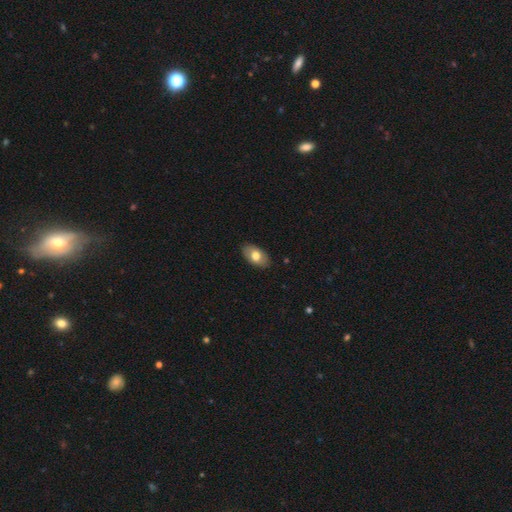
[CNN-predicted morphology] Overall: smooth (73%). How rounded: in between (92%). Merging: none (86%).